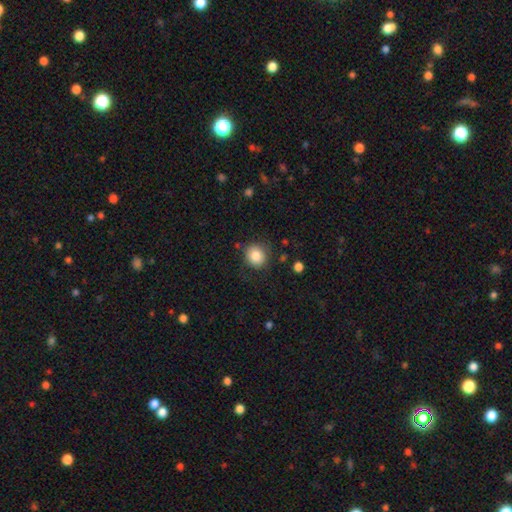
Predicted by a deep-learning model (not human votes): This is clearly a smooth galaxy (83%). How rounded: clearly round (86%). Merging: likely none (79%).